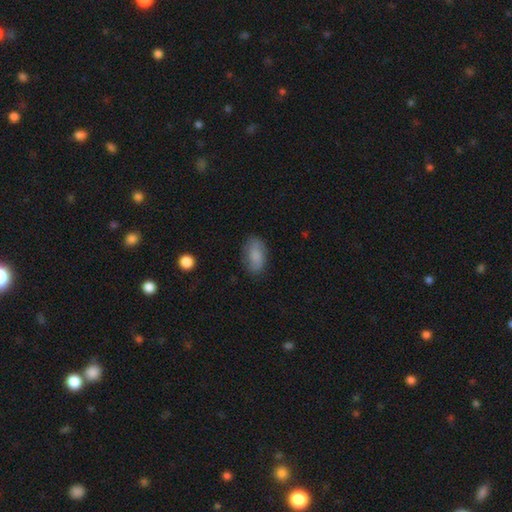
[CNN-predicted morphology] A smooth galaxy with no disk features (81%) that is in between round and cigar-shaped (92%).

Vote fractions:
- Smooth or featured? smooth: 81% / featured or disk: 11% / star or artifact: 7%
- How rounded? in between: 92% / round: 5% / cigar-shaped: 3%
- Merging? none: 79% / minor disturbance: 15% / major disturbance: 4% / merger: 1%